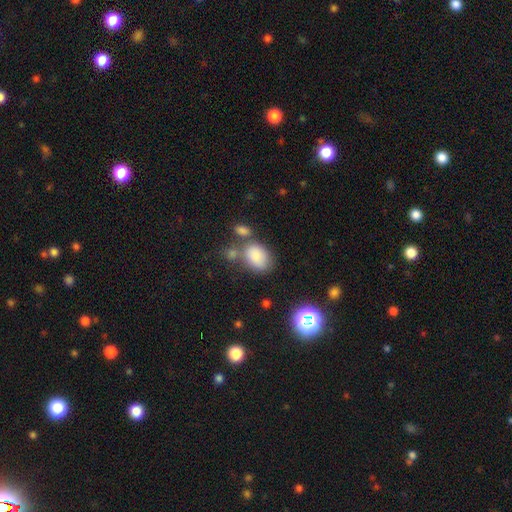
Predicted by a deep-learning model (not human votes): Overall: smooth (83%). How rounded: in between (79%). Merging: none (51%; merger 23%).